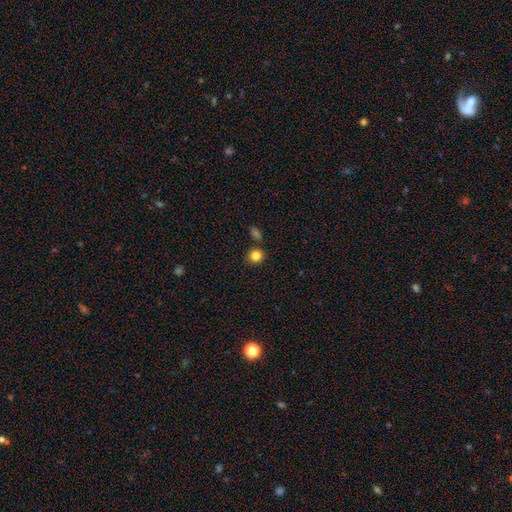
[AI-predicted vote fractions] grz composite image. It shows a smooth galaxy with no disk features (84%) that is round (85%). Merging: none (81%).